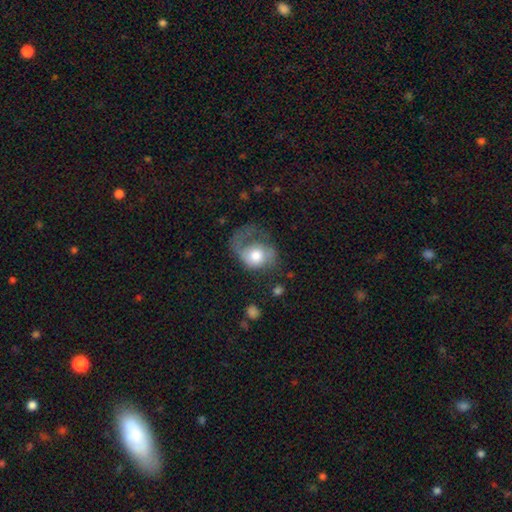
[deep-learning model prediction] Smooth or featured?
  - featured or disk: 50% *
  - smooth: 43%
  - star or artifact: 7%
Merging?
  - major disturbance: 53% *
  - none: 25%
  - minor disturbance: 19%
  - merger: 3%